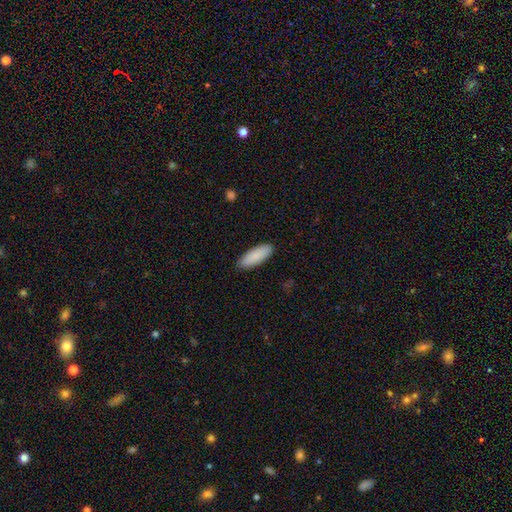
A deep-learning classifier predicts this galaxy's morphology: A smooth galaxy with no disk features (89%) that is in between round and cigar-shaped (71%).

Vote fractions:
- Smooth or featured? smooth: 89% / featured or disk: 6% / star or artifact: 6%
- How rounded? in between: 71% / cigar-shaped: 27% / round: 2%
- Merging? none: 88% / minor disturbance: 10% / major disturbance: 2% / merger: 1%